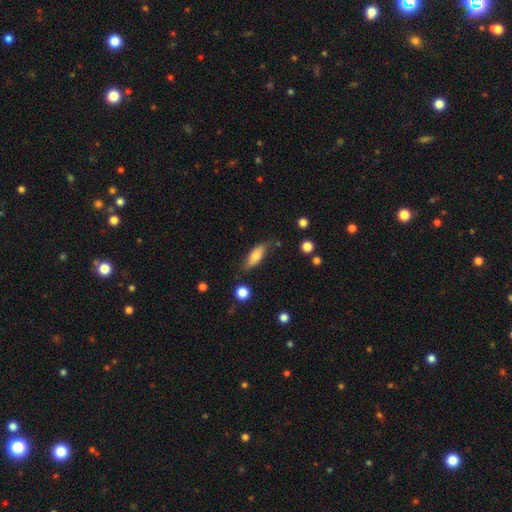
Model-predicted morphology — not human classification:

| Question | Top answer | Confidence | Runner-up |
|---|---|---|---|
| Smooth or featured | smooth | 73% | featured or disk (20%) |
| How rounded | in between | 65% | cigar-shaped (32%) |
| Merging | none | 73% | minor disturbance (19%) |